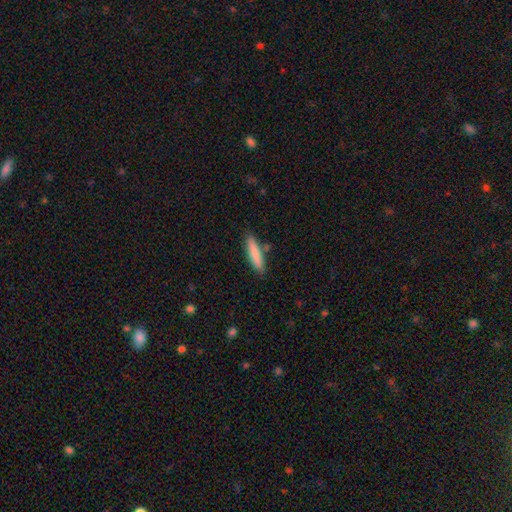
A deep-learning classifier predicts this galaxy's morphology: This appears to be a smooth galaxy with no disk features (83%) that is cigar-shaped (83%). Merging: none (83%).